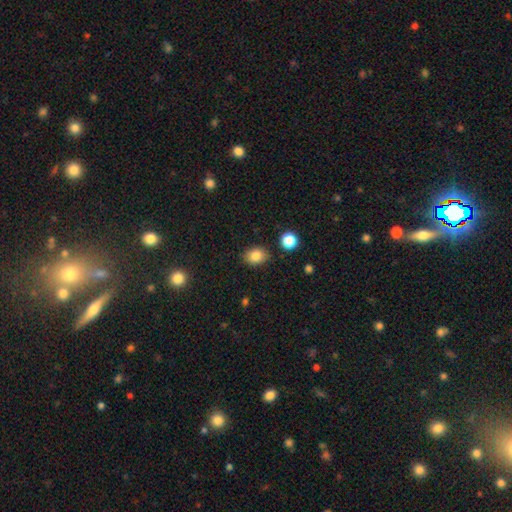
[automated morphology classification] Smooth or featured? Predicted: smooth (p=0.84). How rounded? Predicted: in between (p=0.64). Merging? Predicted: none (p=0.85).